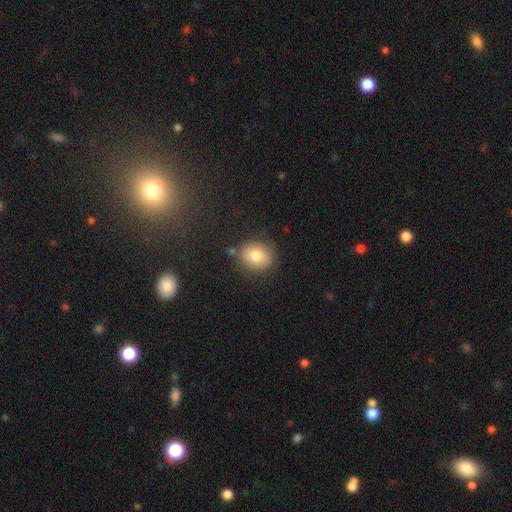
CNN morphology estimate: A smooth galaxy with no disk features (79%) that is round (68%).

Vote fractions:
- Smooth or featured? smooth: 79% / featured or disk: 12% / star or artifact: 10%
- How rounded? round: 68% / in between: 31% / cigar-shaped: 1%
- Merging? none: 79% / minor disturbance: 14% / major disturbance: 4% / merger: 4%